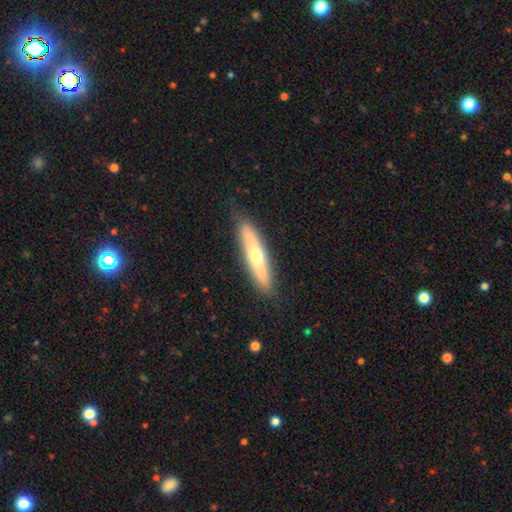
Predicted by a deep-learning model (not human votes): This is possibly a smooth galaxy (49%). Merging: clearly none (86%).